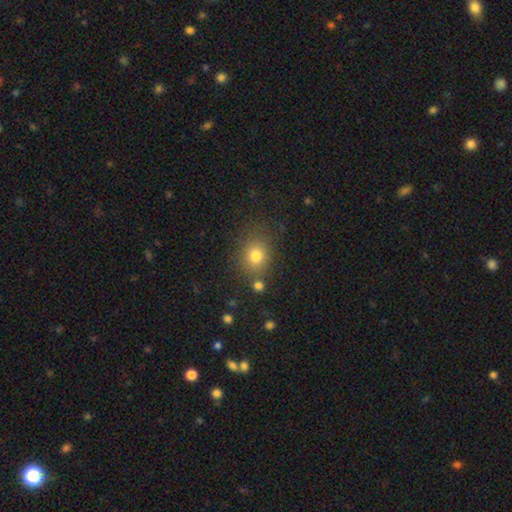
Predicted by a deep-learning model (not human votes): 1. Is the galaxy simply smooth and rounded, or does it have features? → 78% smooth, 13% star or artifact, 8% featured or disk.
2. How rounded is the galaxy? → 64% round, 35% in between, 1% cigar-shaped.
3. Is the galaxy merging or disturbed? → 75% none, 13% minor disturbance, 7% merger, 5% major disturbance.